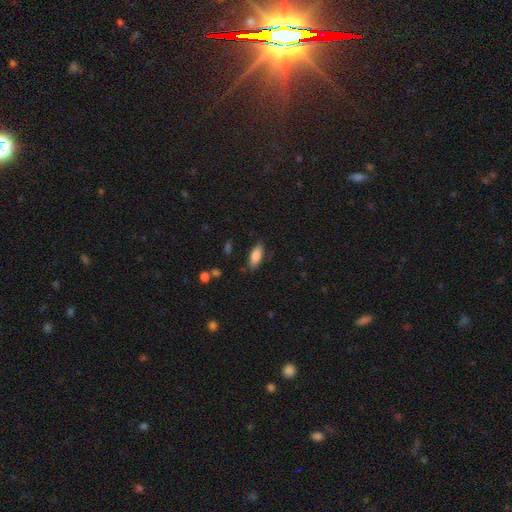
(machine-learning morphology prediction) This is clearly a smooth galaxy (83%). How rounded: likely in between (75%). Merging: clearly none (81%).